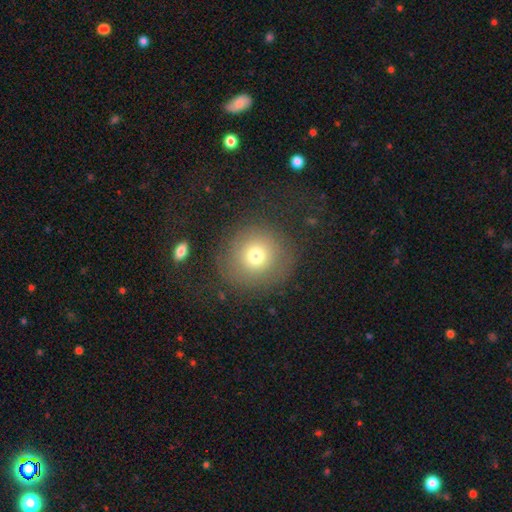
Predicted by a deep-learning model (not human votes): Smooth or featured: smooth — 71% (star or artifact — 15%)
How rounded: round — 92% (in between — 7%)
Merging: none — 81% (minor disturbance — 10%)